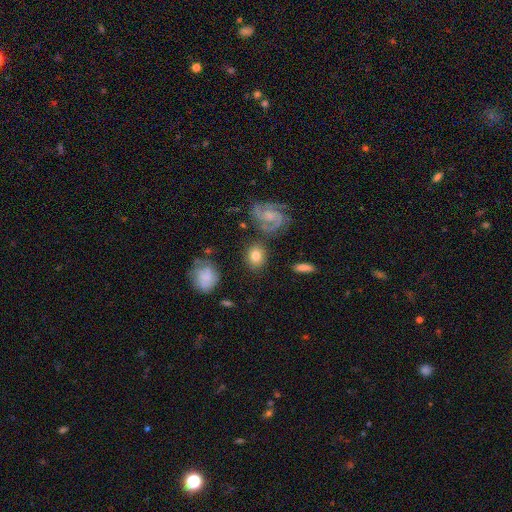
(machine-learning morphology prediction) Smooth or featured?
  - smooth: 67% *
  - featured or disk: 24%
  - star or artifact: 9%
How rounded?
  - round: 57% *
  - in between: 42%
  - cigar-shaped: 2%
Merging?
  - none: 79% *
  - minor disturbance: 12%
  - major disturbance: 5%
  - merger: 4%